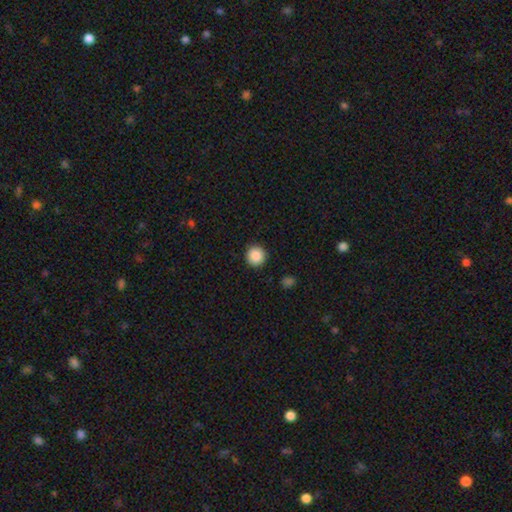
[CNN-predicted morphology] Overall: smooth (88%). How rounded: round (95%). Merging: none (92%).